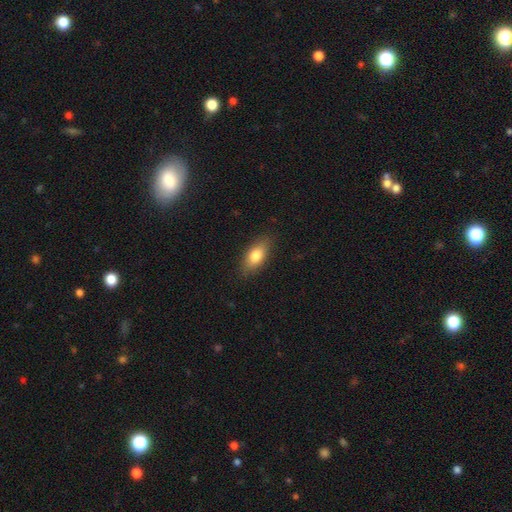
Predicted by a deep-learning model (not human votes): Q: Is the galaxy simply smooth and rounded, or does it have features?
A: smooth — 79%.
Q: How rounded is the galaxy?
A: in between — 83%.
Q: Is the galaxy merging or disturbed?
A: none — 85%.